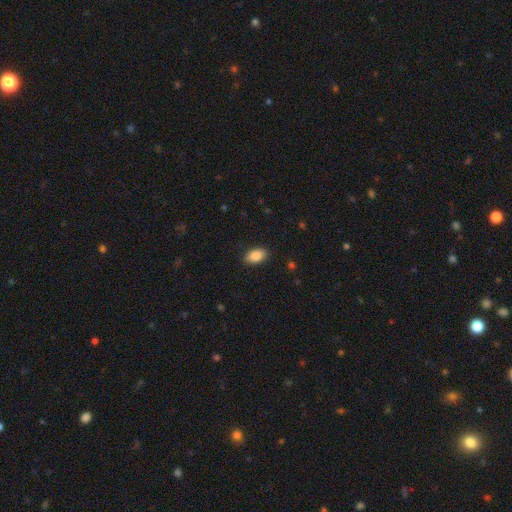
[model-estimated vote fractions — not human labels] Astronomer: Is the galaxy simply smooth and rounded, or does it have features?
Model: smooth — 88%.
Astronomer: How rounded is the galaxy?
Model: in between — 92%.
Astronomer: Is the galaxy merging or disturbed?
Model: none — 89%.